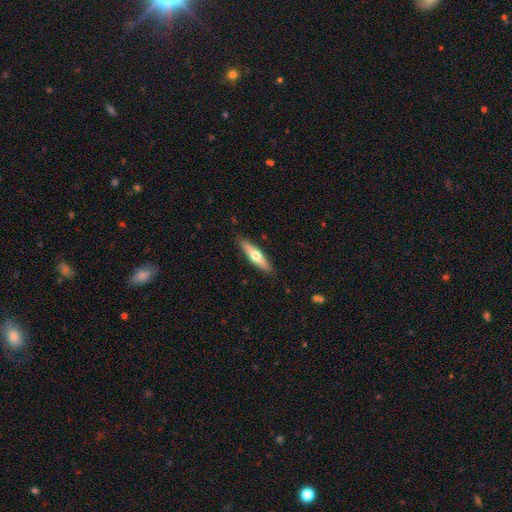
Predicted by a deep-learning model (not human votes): Q: Smooth or featured?
A: featured or disk (47%); tied with: smooth (47%)
Q: Merging?
A: none (88%); runner-up: minor disturbance (9%)